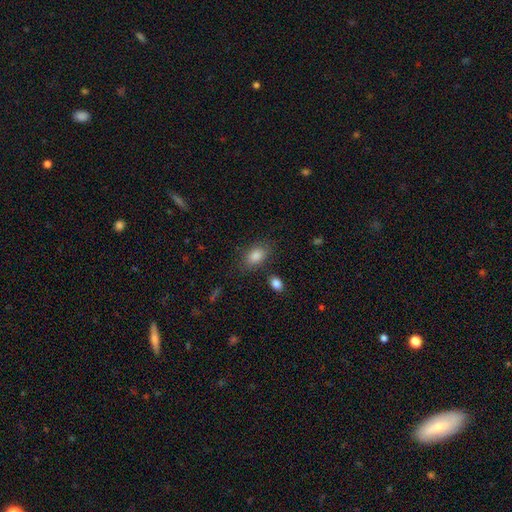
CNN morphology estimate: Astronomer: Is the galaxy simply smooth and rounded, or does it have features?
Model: smooth — 84%.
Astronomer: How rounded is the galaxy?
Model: in between — 85%.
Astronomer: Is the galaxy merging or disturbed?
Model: none — 80%.